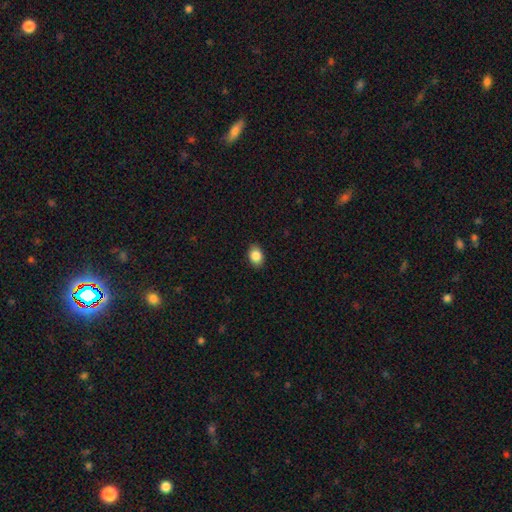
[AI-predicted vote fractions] This is clearly a smooth galaxy (86%). How rounded: likely in between (73%). Merging: clearly none (89%).